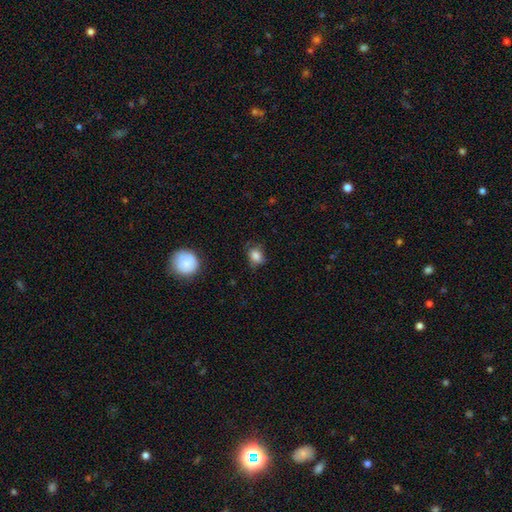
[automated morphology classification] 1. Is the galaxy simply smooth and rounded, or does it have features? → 82% smooth, 10% star or artifact, 8% featured or disk.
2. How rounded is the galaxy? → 52% in between, 46% round, 1% cigar-shaped.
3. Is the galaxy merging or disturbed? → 61% none, 28% minor disturbance, 9% major disturbance, 2% merger.